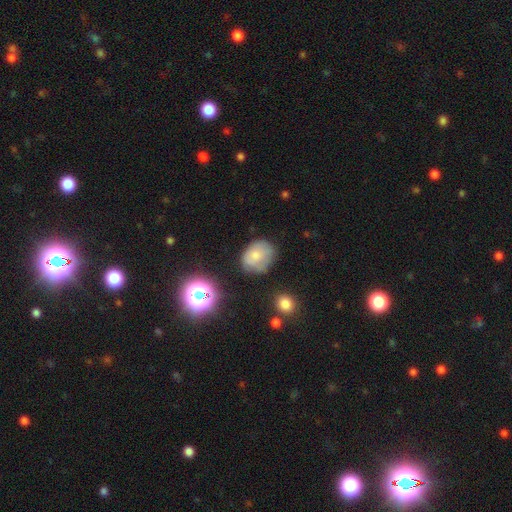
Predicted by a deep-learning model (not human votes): Overall: smooth (70%). How rounded: in between (52%; round 47%). Merging: none (55%; minor disturbance 30%).